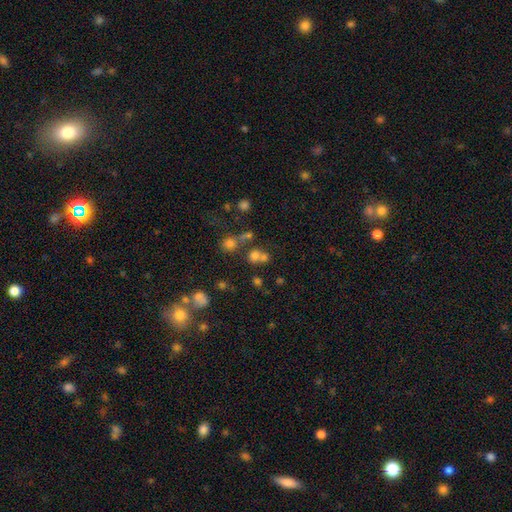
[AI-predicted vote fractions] Smooth or featured? Predicted: smooth (p=0.65). How rounded? Predicted: round (p=0.81). Merging? Predicted: none (p=0.48).